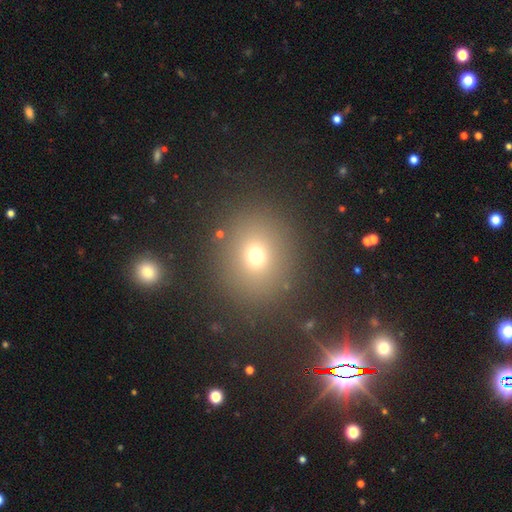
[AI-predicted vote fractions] This is likely a smooth galaxy (69%). How rounded: likely round (79%). Merging: clearly none (85%).